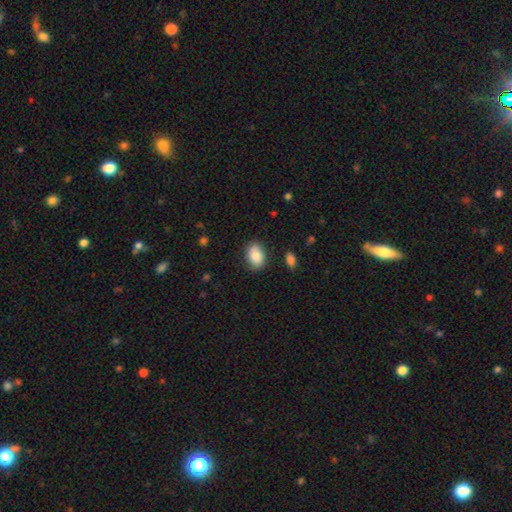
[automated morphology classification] Q: Smooth or featured?
A: smooth (83%); runner-up: featured or disk (10%)
Q: How rounded?
A: in between (82%); runner-up: round (17%)
Q: Merging?
A: none (85%); runner-up: minor disturbance (11%)